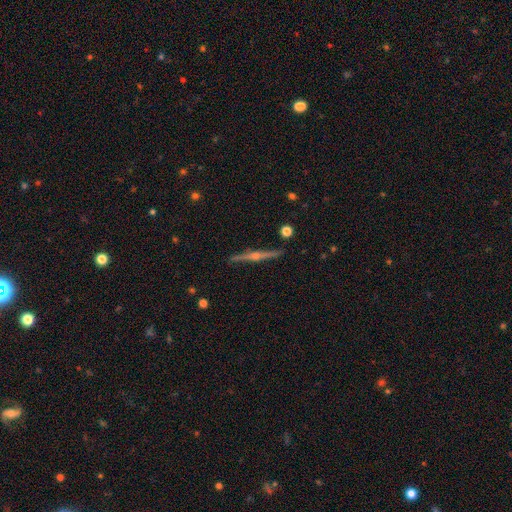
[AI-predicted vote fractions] Smooth or featured? Predicted: featured or disk (p=0.84). Edge-on disk? Predicted: yes (p=0.98). Edge-on bulge? Predicted: rounded (p=0.90). Merging? Predicted: none (p=0.92).